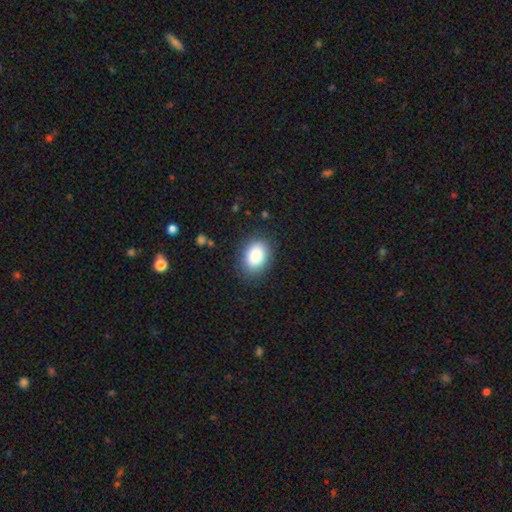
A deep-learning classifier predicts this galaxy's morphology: A smooth galaxy with no disk features (86%) that is in between round and cigar-shaped (74%). Merging: none (85%).